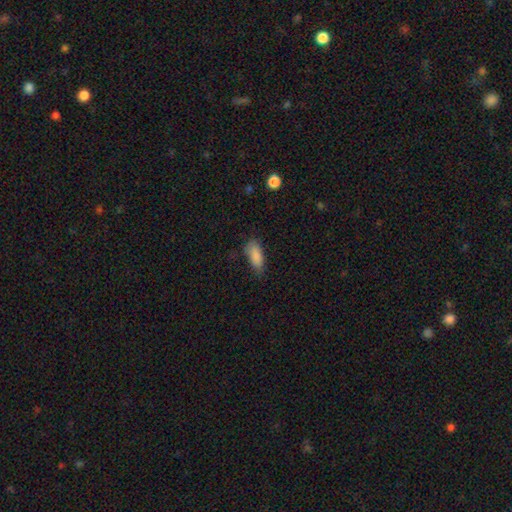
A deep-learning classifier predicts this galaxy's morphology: Smooth or featured? smooth (86%)
How rounded? in between (82%)
Merging? none (64%)